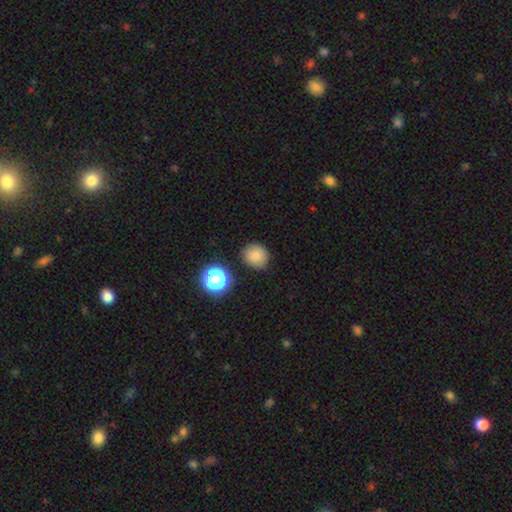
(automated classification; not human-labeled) Smooth or featured: smooth — 79% (star or artifact — 13%)
How rounded: round — 83% (in between — 16%)
Merging: none — 83% (minor disturbance — 11%)